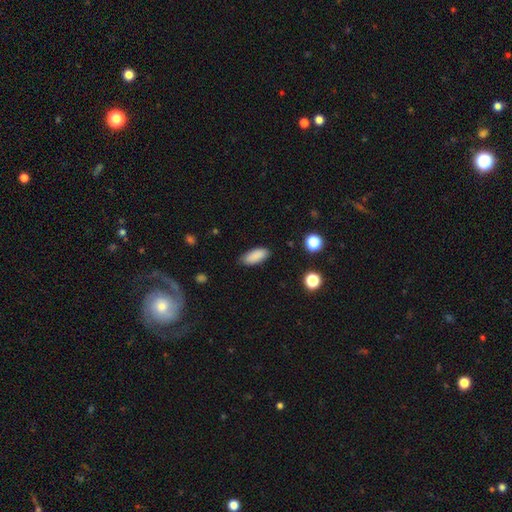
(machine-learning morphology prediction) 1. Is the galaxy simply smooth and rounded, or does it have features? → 88% smooth, 7% star or artifact, 4% featured or disk.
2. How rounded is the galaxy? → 82% in between, 16% cigar-shaped, 2% round.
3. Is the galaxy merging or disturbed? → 86% none, 11% minor disturbance, 2% major disturbance, 1% merger.